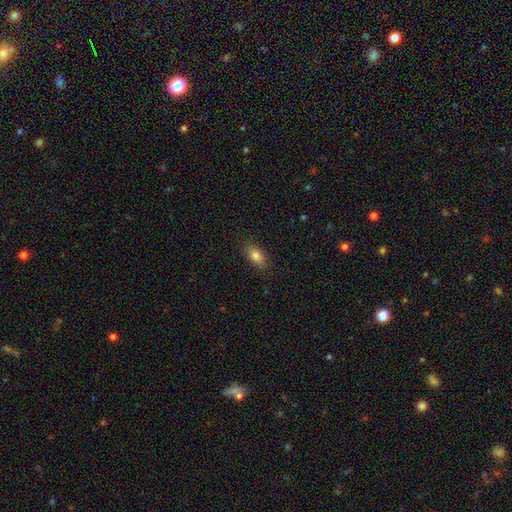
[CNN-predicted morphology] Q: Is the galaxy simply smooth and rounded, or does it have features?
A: smooth — 82%.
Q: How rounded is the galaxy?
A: in between — 87%.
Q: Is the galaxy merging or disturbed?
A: none — 86%.